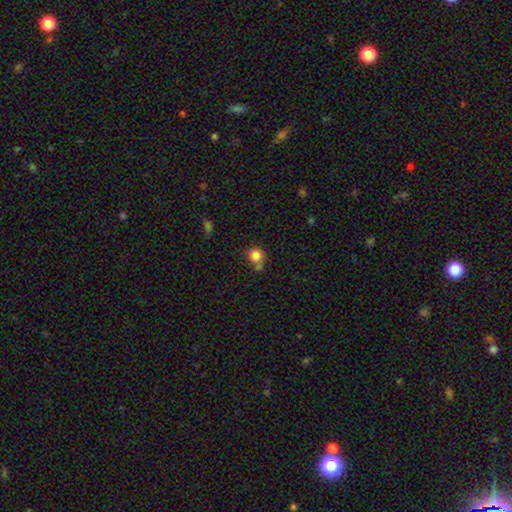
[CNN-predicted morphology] This is clearly a smooth galaxy (83%). How rounded: clearly round (89%). Merging: possibly none (60%).